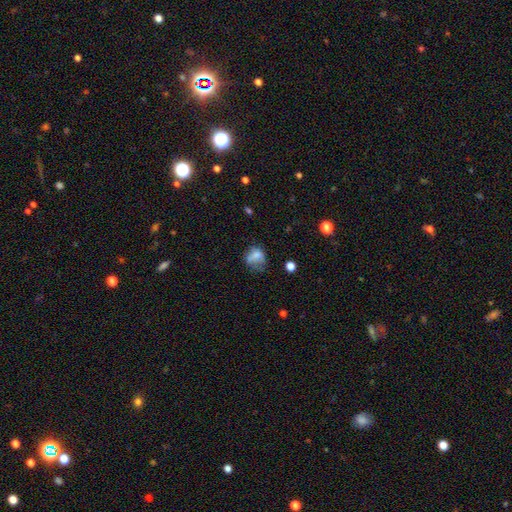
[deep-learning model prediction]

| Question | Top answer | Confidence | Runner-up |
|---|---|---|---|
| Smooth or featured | smooth | 67% | featured or disk (21%) |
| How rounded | round | 54% | in between (45%) |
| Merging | none | 37% | minor disturbance (29%) |